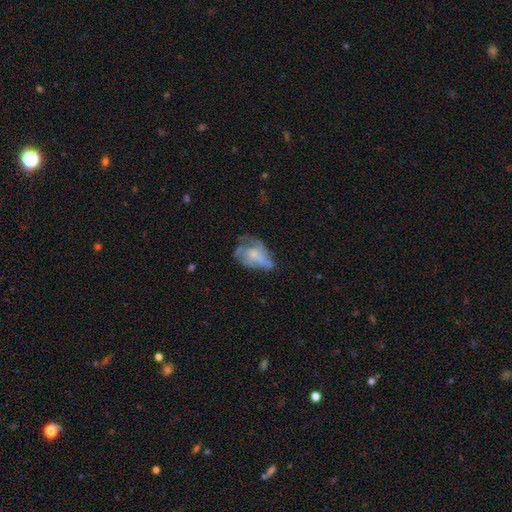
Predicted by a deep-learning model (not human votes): smooth-or-featured: featured or disk: 54% | smooth: 36% | star or artifact: 9%
  disk-edge-on: no: 96% | yes: 4%
    bar: no: 81% | weak: 16% | strong: 3%
    has-spiral-arms: yes: 50% (tied) | no: 50% (tied)
    bulge-size: small: 47% | moderate: 30% | none: 19% | large: 3% | dominant: 1%
  merging: none: 38% | major disturbance: 30% | minor disturbance: 28% | merger: 3%